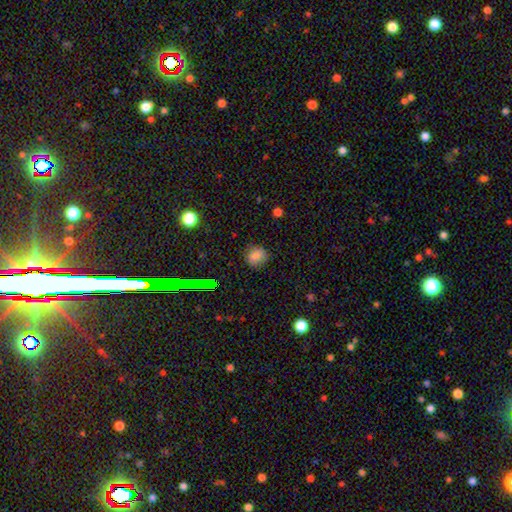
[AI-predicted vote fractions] Q: Smooth or featured?
A: smooth (78%); runner-up: star or artifact (14%)
Q: How rounded?
A: round (85%); runner-up: in between (14%)
Q: Merging?
A: none (83%); runner-up: minor disturbance (12%)